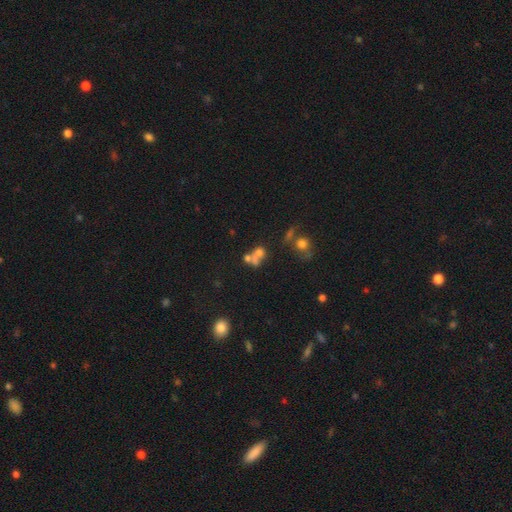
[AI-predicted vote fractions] Smooth or featured?
  - smooth: 55% *
  - featured or disk: 24%
  - star or artifact: 21%
How rounded?
  - round: 53% *
  - in between: 45%
  - cigar-shaped: 3%
Merging?
  - merger: 54% *
  - none: 27%
  - major disturbance: 10%
  - minor disturbance: 9%